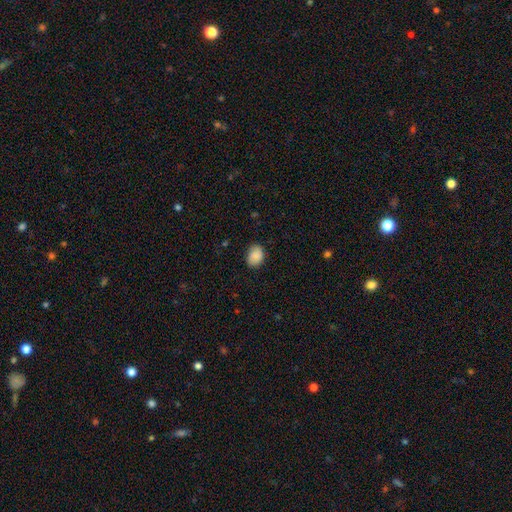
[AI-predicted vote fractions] Overall: smooth (89%). How rounded: in between (66%; round 33%). Merging: none (81%).